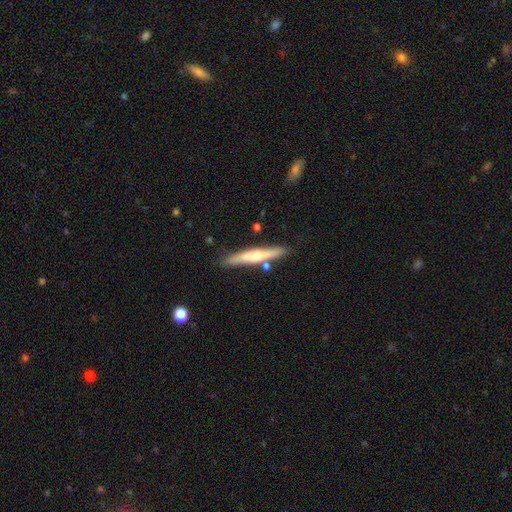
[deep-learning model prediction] smooth_or_featured: featured or disk (p=0.52) [alt: smooth p=0.43]
disk_edge_on: yes (p=0.95) [alt: no p=0.05]
merging: none (p=0.81) [alt: minor disturbance p=0.11]